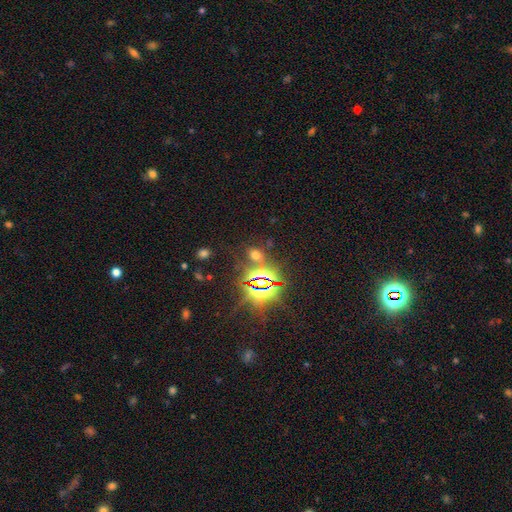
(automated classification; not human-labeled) This appears to be a star or artifact, not a galaxy (52%).